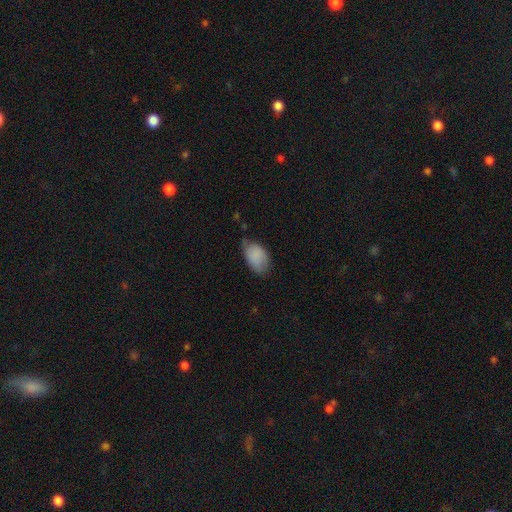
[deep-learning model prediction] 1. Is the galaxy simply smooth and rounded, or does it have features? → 86% smooth, 8% featured or disk, 7% star or artifact.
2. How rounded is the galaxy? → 93% in between, 6% round, 1% cigar-shaped.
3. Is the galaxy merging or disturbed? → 54% none, 37% minor disturbance, 8% major disturbance, 2% merger.